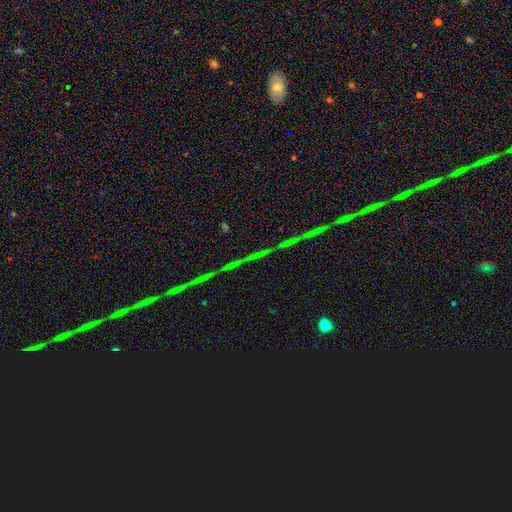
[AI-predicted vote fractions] Smooth or featured? Predicted: star or artifact (p=0.84).